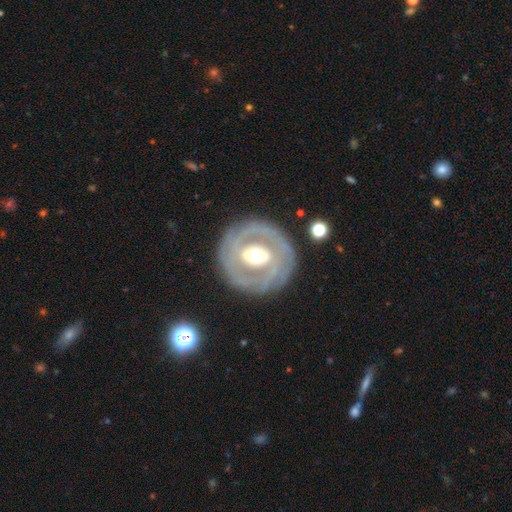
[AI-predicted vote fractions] featured or disk 76%, smooth 19%, star or artifact 5%. Down the decision tree: edge-on disk — no (95%); bar — weak (37%); spiral arms — yes (57%); bulge size — moderate (67%); merging — none (81%).